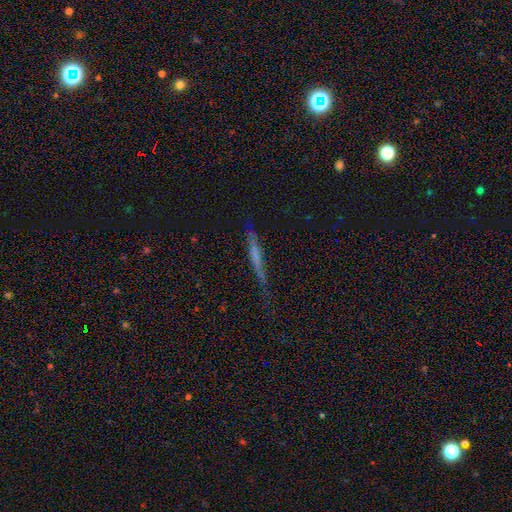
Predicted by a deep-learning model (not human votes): Smooth or featured: featured or disk — 51% (smooth — 39%)
Edge-on disk: yes — 91% (no — 9%)
Merging: none — 72% (minor disturbance — 19%)